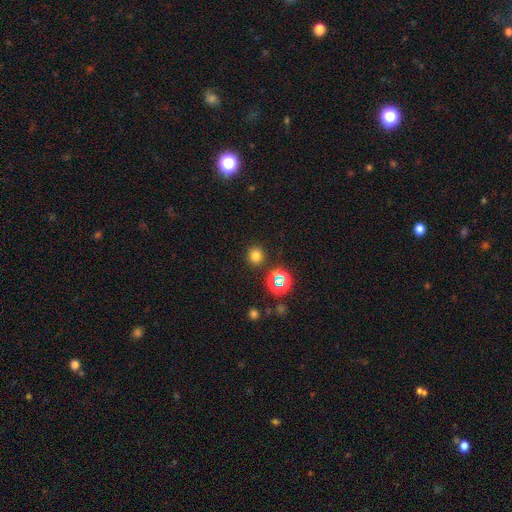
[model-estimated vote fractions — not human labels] Overall: smooth (75%). How rounded: round (89%). Merging: none (89%).